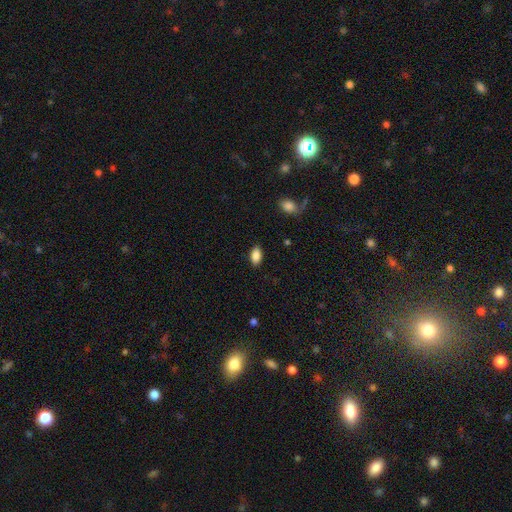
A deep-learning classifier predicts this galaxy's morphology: type=smooth (87%); roundness=in between (92%); merging=none (87%).